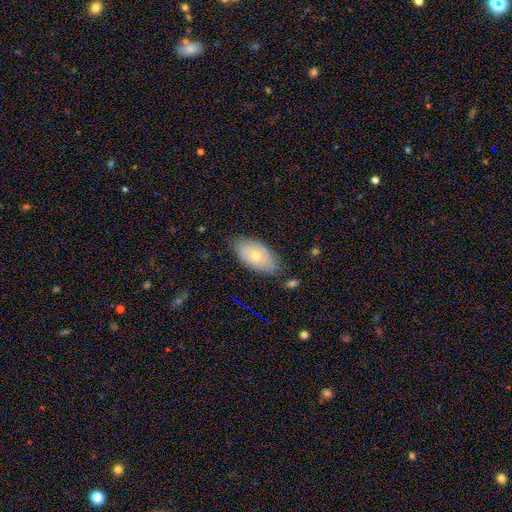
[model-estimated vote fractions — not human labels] Q: Smooth or featured?
A: smooth (59%); runner-up: featured or disk (33%)
Q: How rounded?
A: in between (93%); runner-up: round (5%)
Q: Merging?
A: none (72%); runner-up: minor disturbance (22%)